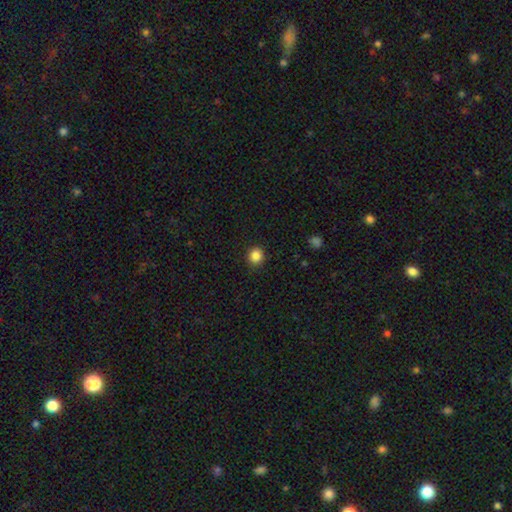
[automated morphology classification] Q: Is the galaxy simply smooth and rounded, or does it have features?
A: smooth — 85%.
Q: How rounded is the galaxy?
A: round — 90%.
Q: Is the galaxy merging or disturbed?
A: none — 91%.